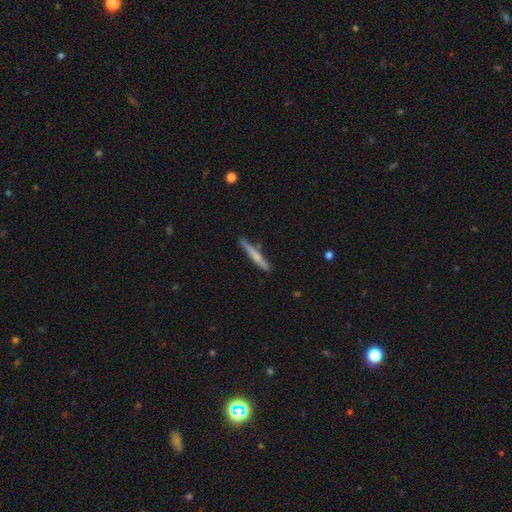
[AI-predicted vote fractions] Smooth or featured? smooth (56%)
How rounded? cigar-shaped (95%)
Merging? none (81%)